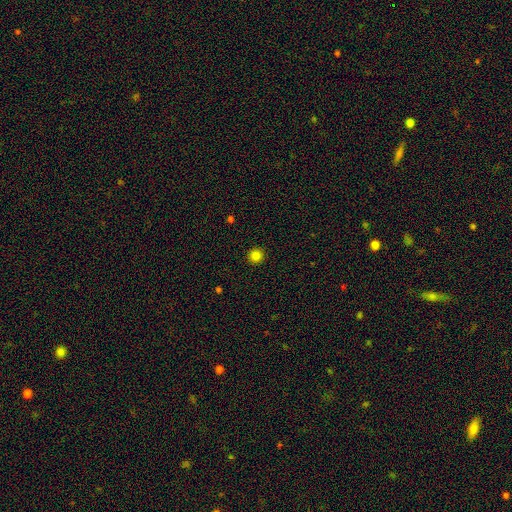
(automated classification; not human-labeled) A smooth galaxy with no disk features (84%) that is round (96%). Merging: none (93%).